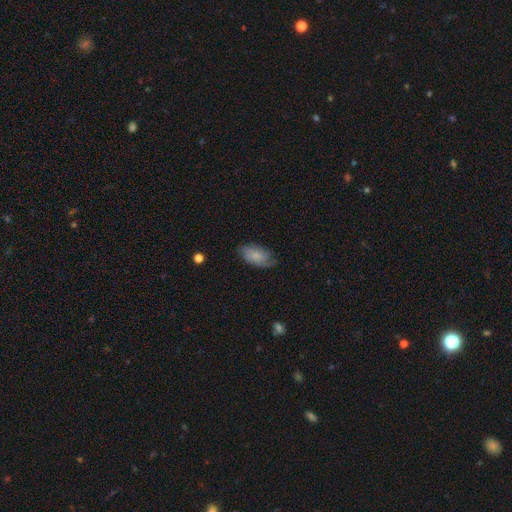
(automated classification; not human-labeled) Smooth or featured?
  - smooth: 63% *
  - featured or disk: 30%
  - star or artifact: 7%
How rounded?
  - in between: 92% *
  - round: 5%
  - cigar-shaped: 3%
Merging?
  - none: 69% *
  - minor disturbance: 24%
  - major disturbance: 6%
  - merger: 1%